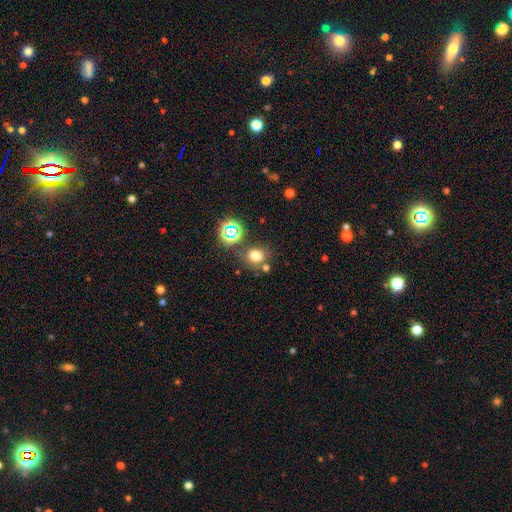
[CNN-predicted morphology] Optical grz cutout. It shows a smooth galaxy with no disk features (68%) that is round (76%). Merging: none (71%).